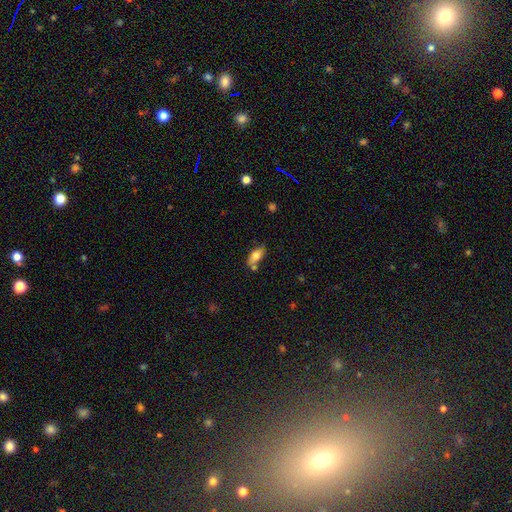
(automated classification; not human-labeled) Q: Smooth or featured?
A: smooth (71%); runner-up: featured or disk (21%)
Q: How rounded?
A: in between (85%); runner-up: cigar-shaped (10%)
Q: Merging?
A: none (59%); runner-up: minor disturbance (20%)